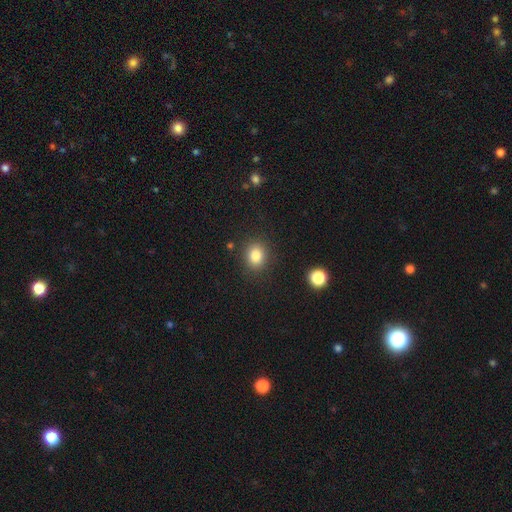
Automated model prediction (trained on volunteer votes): Smooth or featured?
  - smooth: 83% *
  - star or artifact: 11%
  - featured or disk: 6%
How rounded?
  - round: 67% *
  - in between: 32%
  - cigar-shaped: 1%
Merging?
  - none: 87% *
  - minor disturbance: 8%
  - major disturbance: 3%
  - merger: 2%